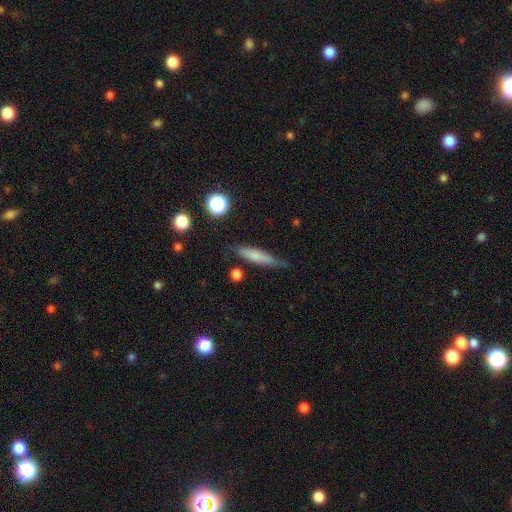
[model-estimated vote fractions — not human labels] Smooth or featured? smooth (66%)
How rounded? cigar-shaped (84%)
Merging? none (76%)